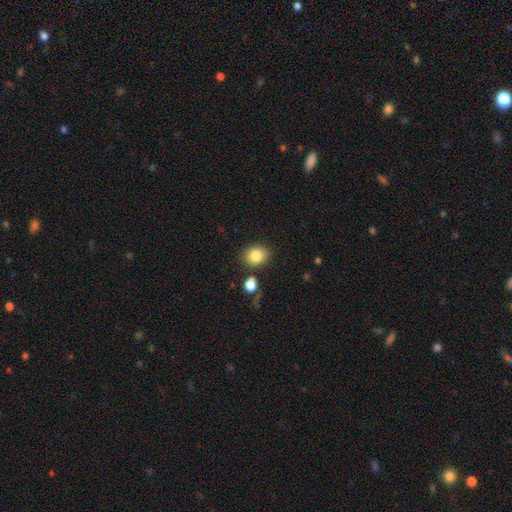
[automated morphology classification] Smooth or featured? Predicted: smooth (p=0.84). How rounded? Predicted: round (p=0.56). Merging? Predicted: none (p=0.80).